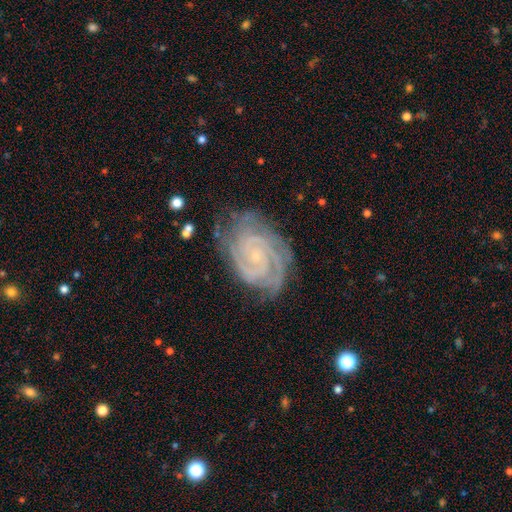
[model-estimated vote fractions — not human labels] Smooth or featured: featured or disk — 91% (star or artifact — 5%)
Edge-on disk: no — 98% (yes — 2%)
Bar: no — 68% (weak — 24%)
Spiral arms: yes — 99% (no — 1%)
Spiral winding: tight — 81% (medium — 17%)
Spiral arm count: 2 — 35% (3 — 26%)
Bulge size: small — 83% (moderate — 11%)
Merging: none — 73% (minor disturbance — 20%)